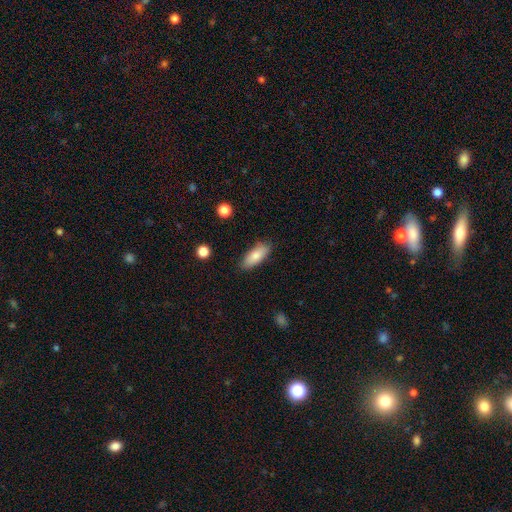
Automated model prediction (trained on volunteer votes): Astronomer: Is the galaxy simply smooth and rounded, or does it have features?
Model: smooth — 80%.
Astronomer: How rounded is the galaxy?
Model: in between — 72%.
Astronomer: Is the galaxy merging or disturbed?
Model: none — 85%.